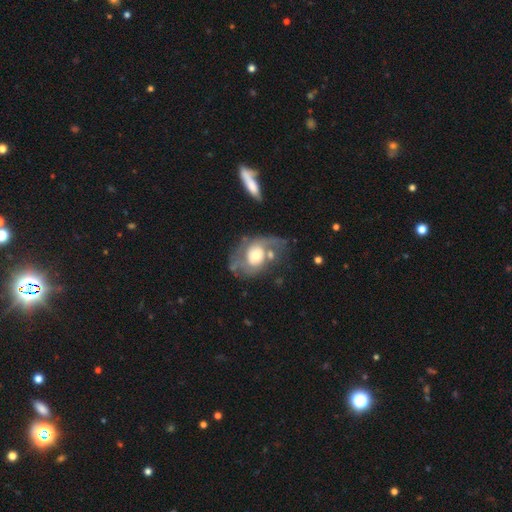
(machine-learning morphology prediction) The model was most divided on "merging": none: 37%, major disturbance: 28%, minor disturbance: 20%, merger: 15%. More confident: edge-on disk — no (95%); bar — no (75%); spiral arms — yes (63%); smooth or featured — featured or disk (62%); bulge size — moderate (56%).